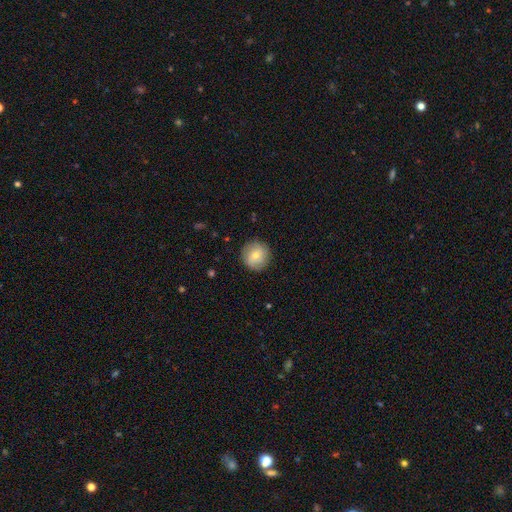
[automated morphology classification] smooth-or-featured: smooth: 60% | featured or disk: 32% | star or artifact: 8%
  how-rounded: round: 93% | in between: 6% | cigar-shaped: 1%
  merging: none: 86% | minor disturbance: 10% | major disturbance: 3% | merger: 1%